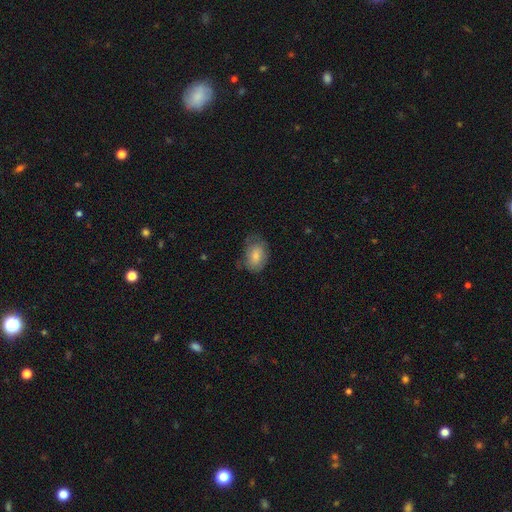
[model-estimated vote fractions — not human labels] Smooth or featured? smooth (75%)
How rounded? in between (80%)
Merging? none (55%)